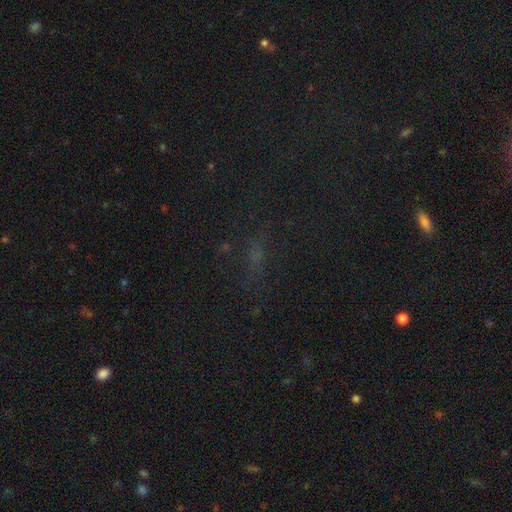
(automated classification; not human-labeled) smooth_or_featured: star or artifact (p=0.51) [alt: smooth p=0.34]